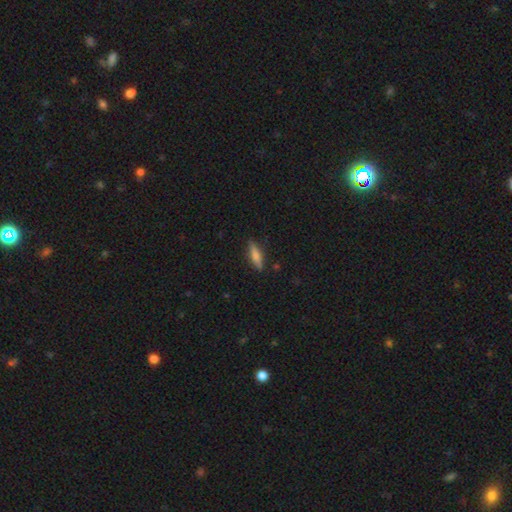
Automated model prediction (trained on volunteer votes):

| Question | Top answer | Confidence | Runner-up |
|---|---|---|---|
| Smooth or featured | smooth | 66% | featured or disk (27%) |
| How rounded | cigar-shaped | 69% | in between (29%) |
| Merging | none | 86% | minor disturbance (10%) |